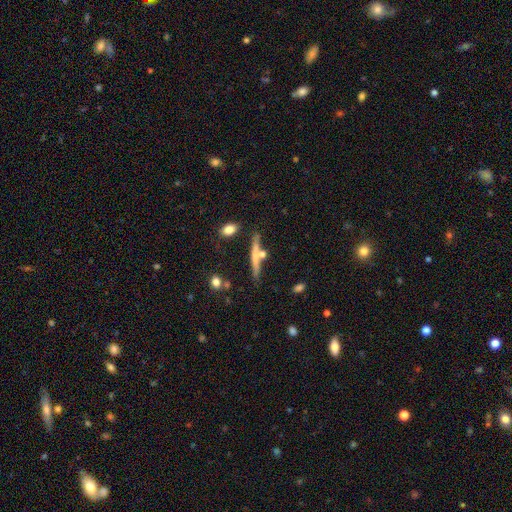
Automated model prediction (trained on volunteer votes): Smooth or featured: smooth — 47% (featured or disk — 45%)
Merging: none — 68% (merger — 15%)